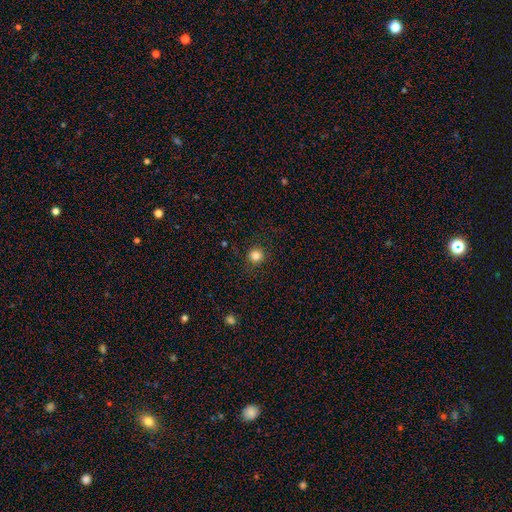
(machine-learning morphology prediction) smooth_or_featured: smooth (p=0.83) [alt: star or artifact p=0.12]
how_rounded: round (p=0.94) [alt: in between p=0.05]
merging: none (p=0.89) [alt: minor disturbance p=0.07]